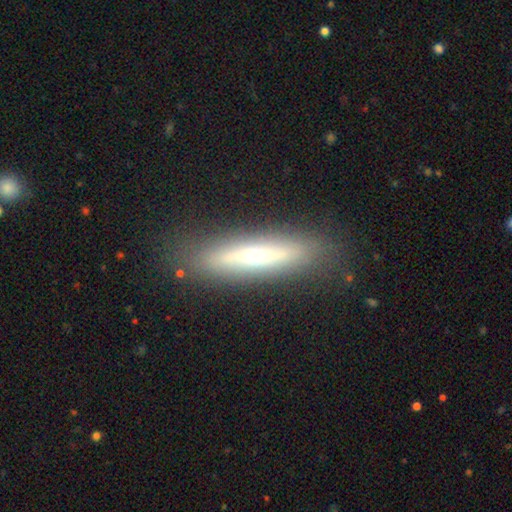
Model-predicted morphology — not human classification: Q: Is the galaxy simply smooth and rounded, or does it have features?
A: featured or disk — 51%.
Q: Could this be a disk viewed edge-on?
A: yes — 75%.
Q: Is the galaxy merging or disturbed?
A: none — 86%.